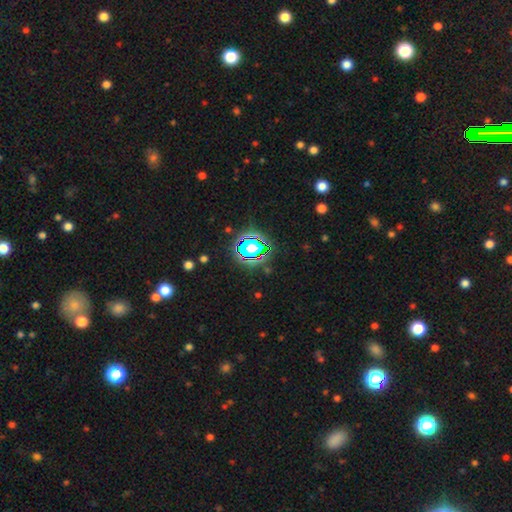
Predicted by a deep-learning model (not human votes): Morphology: type=star or artifact (77%).